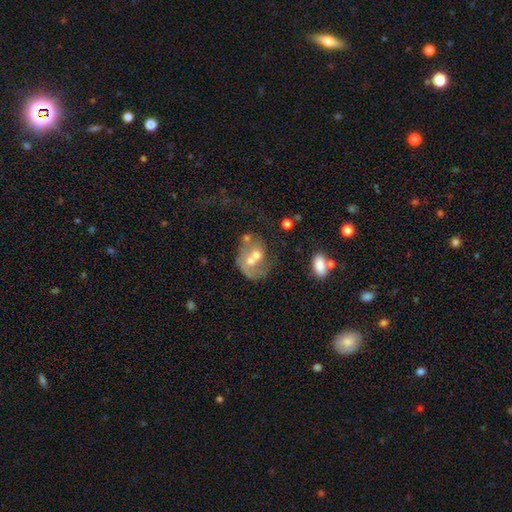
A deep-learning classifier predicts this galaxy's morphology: Smooth or featured?
  - featured or disk: 55% *
  - smooth: 35%
  - star or artifact: 10%
Edge-on disk?
  - no: 97% *
  - yes: 3%
Bar?
  - no: 79% *
  - weak: 17%
  - strong: 4%
Spiral arms?
  - no: 57% *
  - yes: 43%
Bulge size?
  - moderate: 59% *
  - small: 26%
  - large: 7%
  - none: 6%
  - dominant: 2%
Merging?
  - merger: 56% *
  - none: 18%
  - major disturbance: 16%
  - minor disturbance: 10%